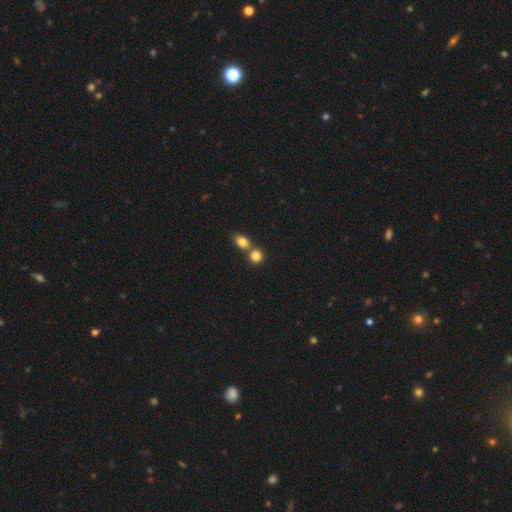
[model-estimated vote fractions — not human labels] A smooth galaxy with no disk features (83%) that is round (74%). Merging: merger (46%).